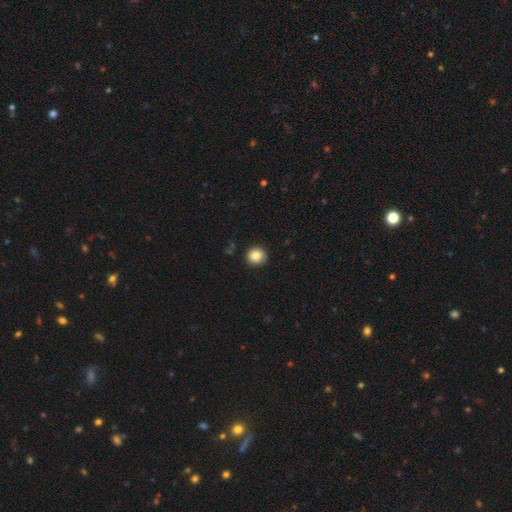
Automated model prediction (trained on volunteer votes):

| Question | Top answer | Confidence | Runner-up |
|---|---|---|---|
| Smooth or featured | smooth | 87% | star or artifact (9%) |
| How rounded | round | 90% | in between (10%) |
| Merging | none | 88% | minor disturbance (8%) |